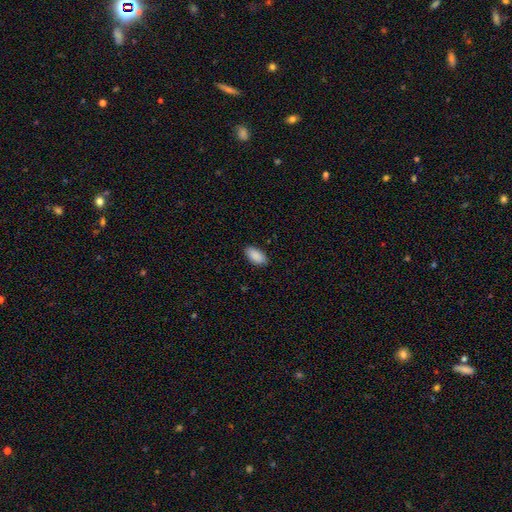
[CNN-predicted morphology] Smooth or featured: smooth — 90% (star or artifact — 6%)
How rounded: in between — 95% (cigar-shaped — 3%)
Merging: none — 88% (minor disturbance — 9%)